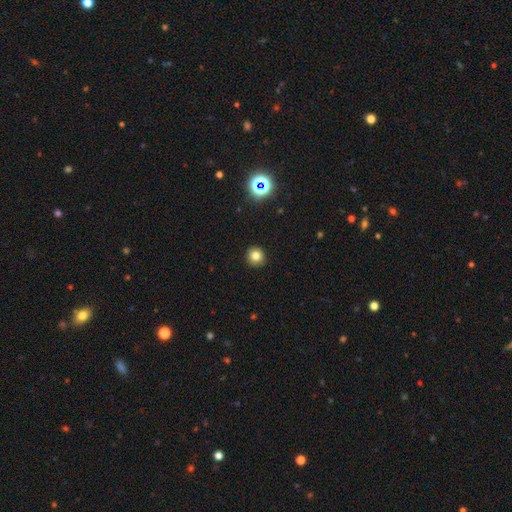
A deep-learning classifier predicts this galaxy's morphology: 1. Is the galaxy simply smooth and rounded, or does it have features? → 78% smooth, 15% star or artifact, 7% featured or disk.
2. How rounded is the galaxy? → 91% round, 8% in between, 1% cigar-shaped.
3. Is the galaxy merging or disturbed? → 91% none, 6% minor disturbance, 2% major disturbance, 1% merger.